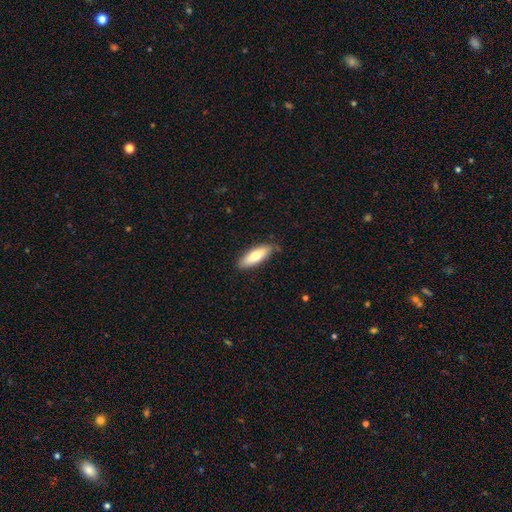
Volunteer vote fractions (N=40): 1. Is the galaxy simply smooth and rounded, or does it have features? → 62% smooth, 35% featured or disk, 2% star or artifact.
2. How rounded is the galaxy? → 52% in between, 44% cigar-shaped, 4% round.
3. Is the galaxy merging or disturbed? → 95% none, 5% minor disturbance, 0% major disturbance, 0% merger.